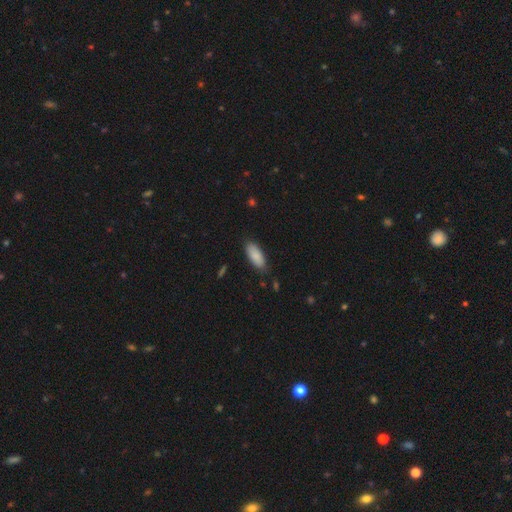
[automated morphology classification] Overall: smooth (87%). How rounded: in between (83%). Merging: none (82%).